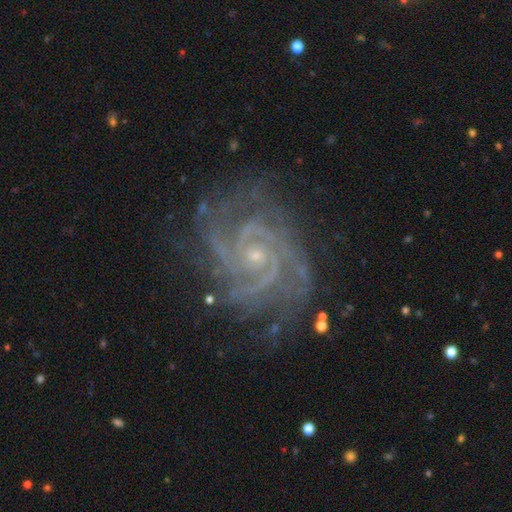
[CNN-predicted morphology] type=featured or disk (91%); edge-on=no (98%); bar=no (65%); spiral arms=yes (99%); winding=tight (65%); arm count=2 (30%); bulge=small (77%); merging=none (76%).